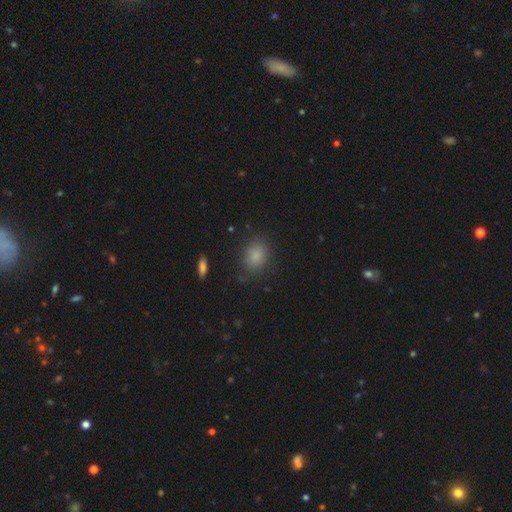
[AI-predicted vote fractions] The model was most divided on "how rounded": in between: 61%, round: 38%, cigar-shaped: 1%. More confident: smooth or featured — smooth (83%); merging — none (82%).